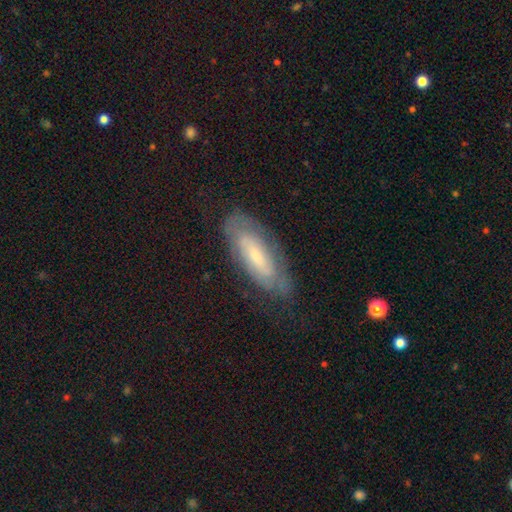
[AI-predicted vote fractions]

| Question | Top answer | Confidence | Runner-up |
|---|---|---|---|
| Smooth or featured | featured or disk | 57% | smooth (36%) |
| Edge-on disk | no | 80% | yes (20%) |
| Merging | none | 71% | minor disturbance (20%) |